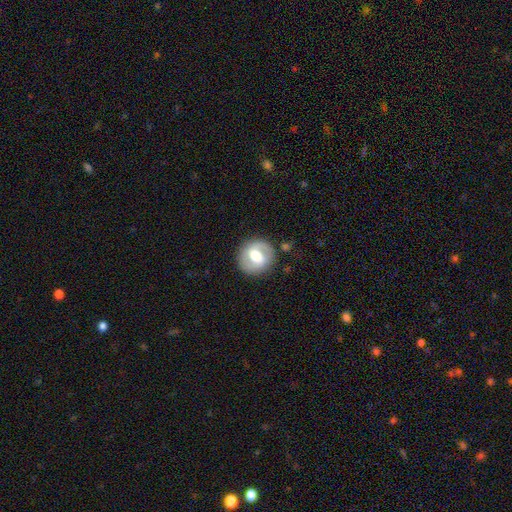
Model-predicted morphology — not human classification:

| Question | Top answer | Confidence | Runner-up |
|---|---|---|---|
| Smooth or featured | featured or disk | 60% | smooth (34%) |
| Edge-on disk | no | 96% | yes (4%) |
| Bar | weak | 44% | strong (36%) |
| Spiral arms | yes | 61% | no (39%) |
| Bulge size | moderate | 64% | large (24%) |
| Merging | none | 84% | minor disturbance (10%) |